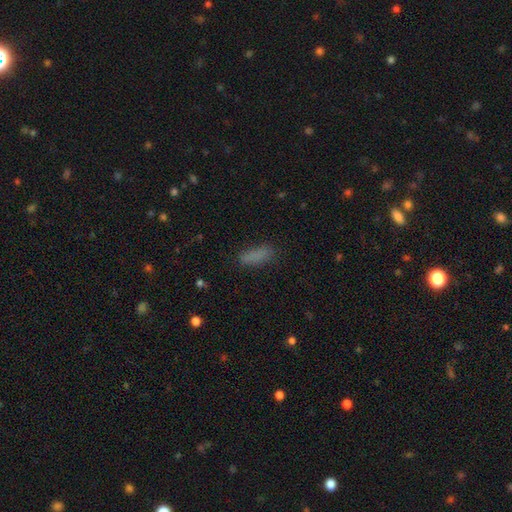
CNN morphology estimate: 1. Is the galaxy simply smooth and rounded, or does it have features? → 83% smooth, 11% star or artifact, 6% featured or disk.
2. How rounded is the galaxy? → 51% in between, 46% cigar-shaped, 3% round.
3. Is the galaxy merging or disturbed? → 78% none, 15% minor disturbance, 5% major disturbance, 2% merger.